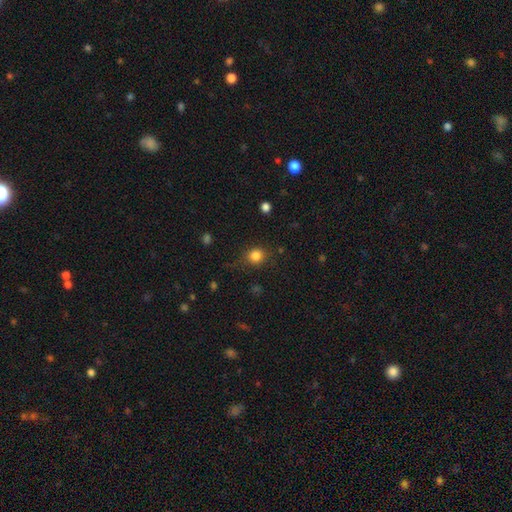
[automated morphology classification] Smooth or featured? smooth (83%)
How rounded? round (84%)
Merging? none (79%)